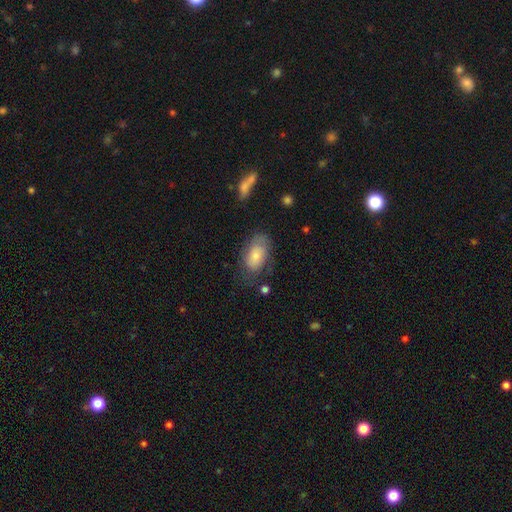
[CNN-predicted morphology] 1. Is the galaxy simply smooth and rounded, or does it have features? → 71% smooth, 21% featured or disk, 7% star or artifact.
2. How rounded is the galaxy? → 92% in between, 6% round, 2% cigar-shaped.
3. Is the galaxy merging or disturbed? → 61% none, 25% minor disturbance, 12% major disturbance, 3% merger.